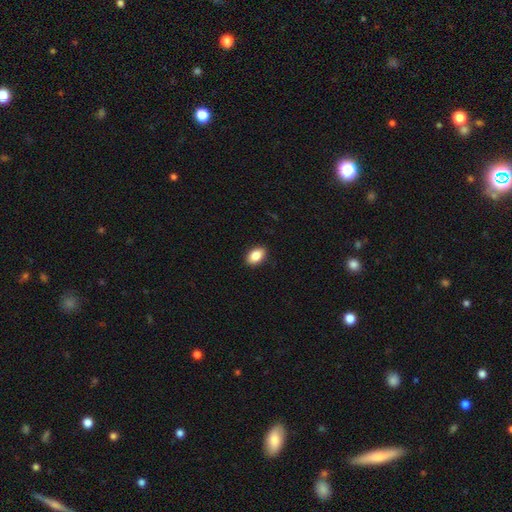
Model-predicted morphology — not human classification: This is clearly a smooth galaxy (87%). How rounded: clearly in between (90%). Merging: clearly none (90%).